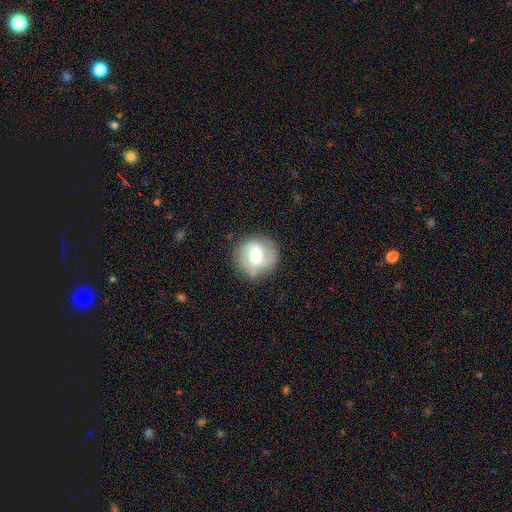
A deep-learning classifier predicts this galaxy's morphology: smooth_or_featured: featured or disk (p=0.71) [alt: smooth p=0.22]
disk_edge_on: no (p=0.97) [alt: yes p=0.03]
bar: weak (p=0.51) [alt: strong p=0.27]
has_spiral_arms: yes (p=0.89) [alt: no p=0.11]
spiral_winding: medium (p=0.46) [alt: loose p=0.30]
spiral_arm_count: 2 (p=0.81) [alt: can't tell p=0.07]
bulge_size: moderate (p=0.64) [alt: small p=0.22]
merging: none (p=0.82) [alt: minor disturbance p=0.12]